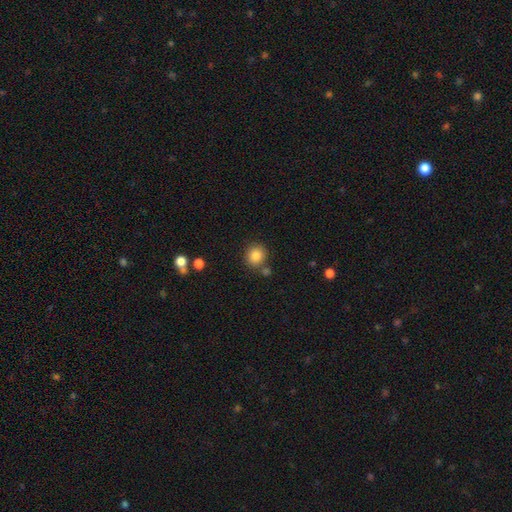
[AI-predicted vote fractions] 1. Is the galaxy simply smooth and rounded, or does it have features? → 84% smooth, 10% star or artifact, 6% featured or disk.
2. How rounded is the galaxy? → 84% round, 15% in between, 1% cigar-shaped.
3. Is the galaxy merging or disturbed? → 75% none, 11% merger, 10% minor disturbance, 3% major disturbance.